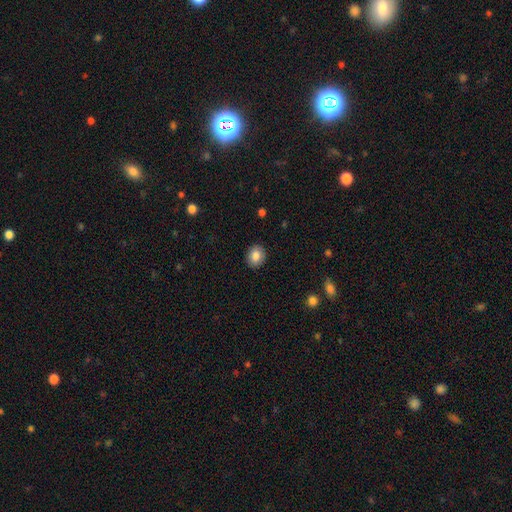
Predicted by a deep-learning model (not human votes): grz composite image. It shows a smooth galaxy with no disk features (85%) that is round (60%). Merging: none (90%).